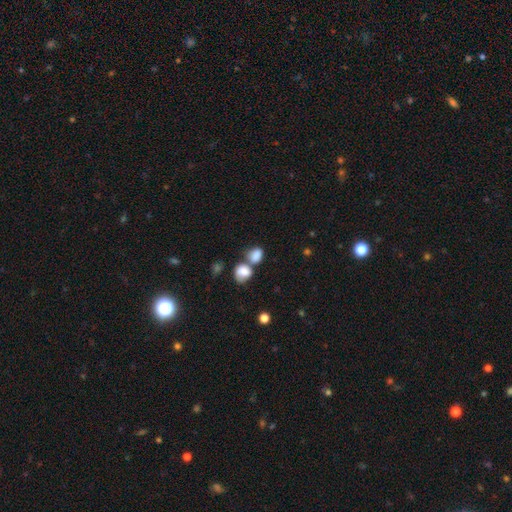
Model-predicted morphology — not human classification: The model was most divided on "how rounded": in between: 63%, round: 36%, cigar-shaped: 1%. More confident: smooth or featured — smooth (82%); merging — merger (55%).